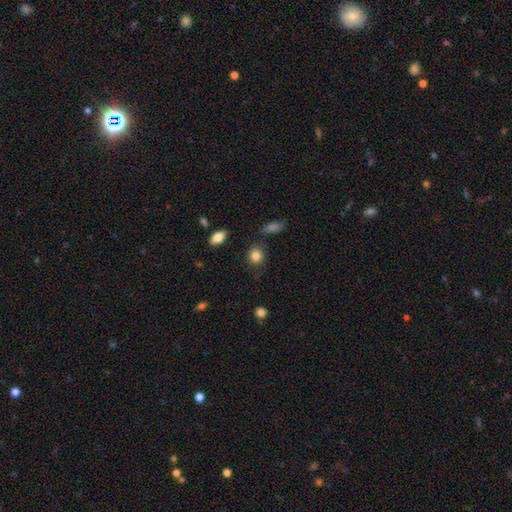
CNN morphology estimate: The model was most divided on "how rounded": round: 76%, in between: 23%, cigar-shaped: 1%. More confident: smooth or featured — smooth (85%); merging — none (80%).